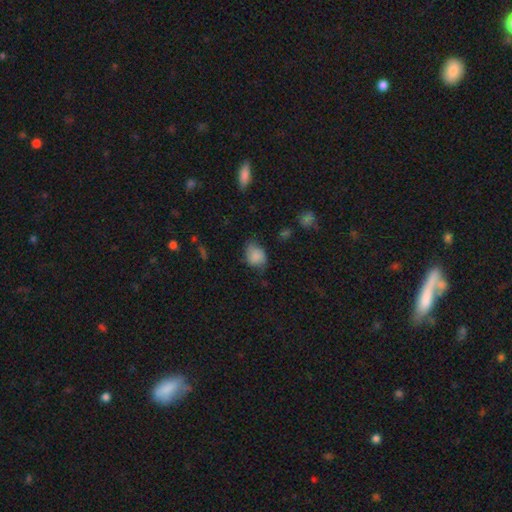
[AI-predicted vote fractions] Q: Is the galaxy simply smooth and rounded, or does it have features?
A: smooth — 83%.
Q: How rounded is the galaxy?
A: in between — 57%.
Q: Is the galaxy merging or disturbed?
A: none — 58%.